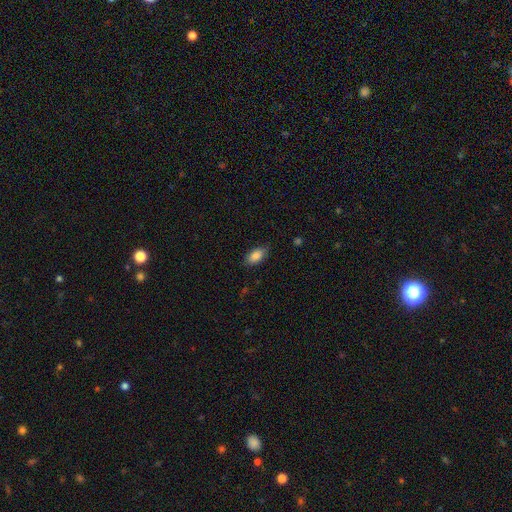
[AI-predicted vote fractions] smooth-or-featured: smooth: 88% | star or artifact: 7% | featured or disk: 5%
  how-rounded: in between: 92% | round: 4% | cigar-shaped: 4%
  merging: none: 83% | minor disturbance: 13% | major disturbance: 3% | merger: 1%